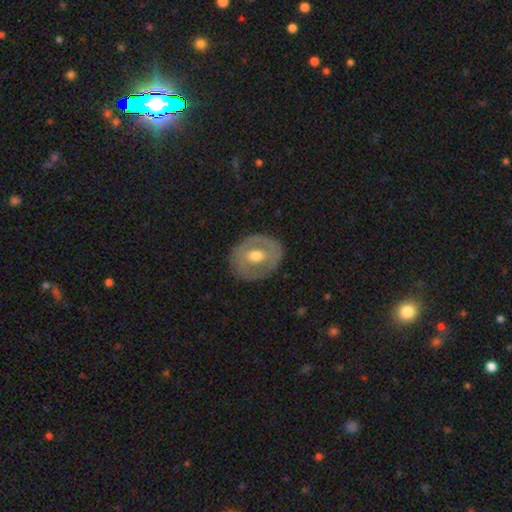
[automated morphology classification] Smooth or featured? Predicted: featured or disk (p=0.54). Edge-on disk? Predicted: no (p=0.94). Bar? Predicted: no (p=0.65). Spiral arms? Predicted: no (p=0.79). Bulge size? Predicted: moderate (p=0.73). Merging? Predicted: none (p=0.78).